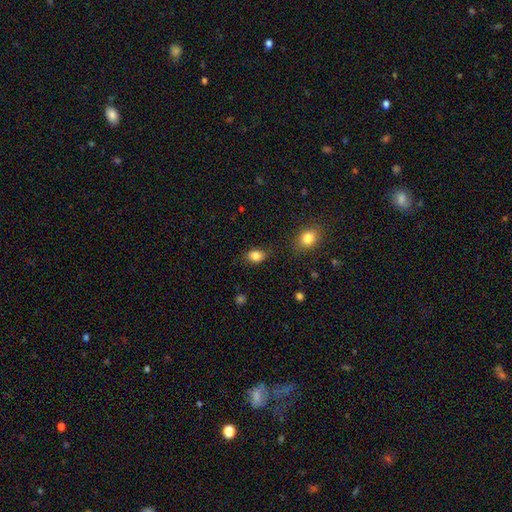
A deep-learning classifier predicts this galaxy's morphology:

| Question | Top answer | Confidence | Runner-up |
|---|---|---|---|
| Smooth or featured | smooth | 84% | star or artifact (10%) |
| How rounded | in between | 70% | round (28%) |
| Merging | none | 76% | minor disturbance (18%) |